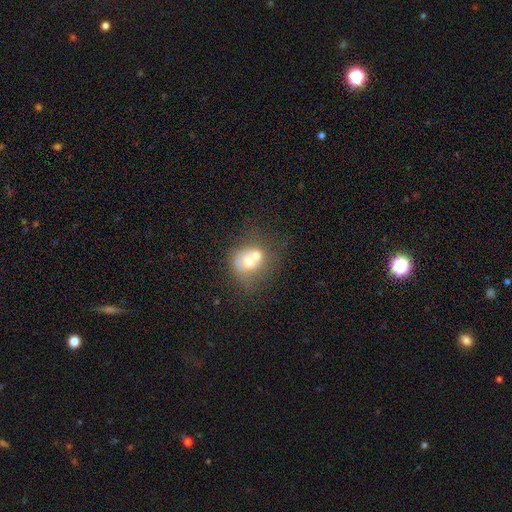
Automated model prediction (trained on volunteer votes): Smooth or featured: smooth — 59% (featured or disk — 31%)
How rounded: round — 69% (in between — 30%)
Merging: merger — 63% (none — 23%)